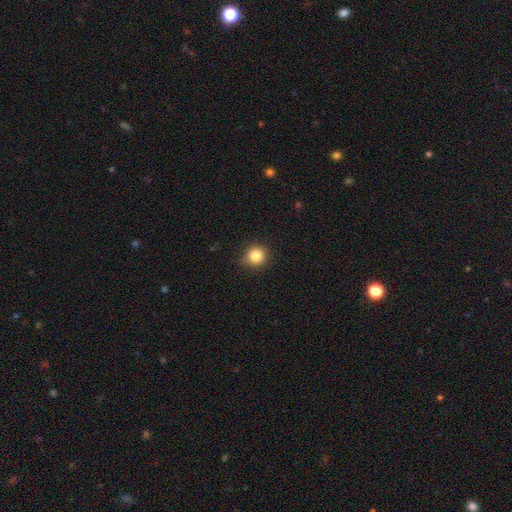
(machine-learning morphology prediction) Smooth or featured?
  - smooth: 83% *
  - star or artifact: 12%
  - featured or disk: 5%
How rounded?
  - round: 89% *
  - in between: 10%
  - cigar-shaped: 1%
Merging?
  - none: 83% *
  - minor disturbance: 14%
  - major disturbance: 3%
  - merger: 1%